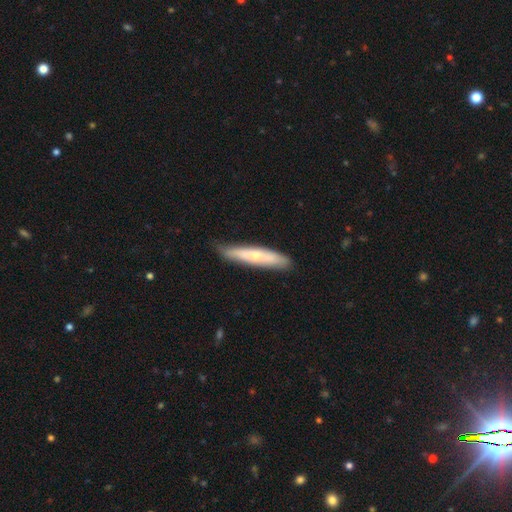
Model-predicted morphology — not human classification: Smooth or featured: smooth — 52% (featured or disk — 43%)
How rounded: cigar-shaped — 86% (in between — 12%)
Merging: none — 79% (minor disturbance — 17%)